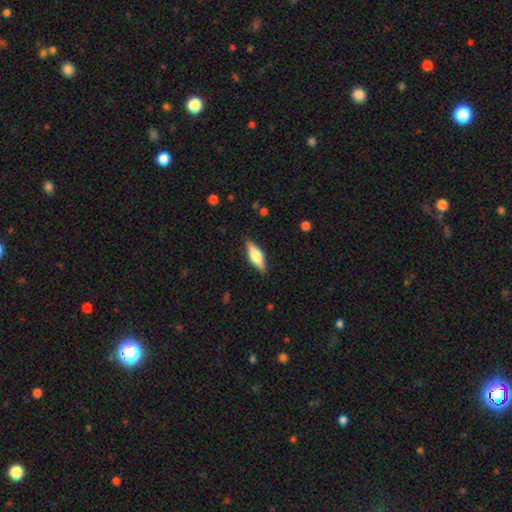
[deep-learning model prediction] smooth-or-featured: featured or disk: 48% | smooth: 46% | star or artifact: 6%
  merging: none: 87% | minor disturbance: 10% | major disturbance: 2% | merger: 1%